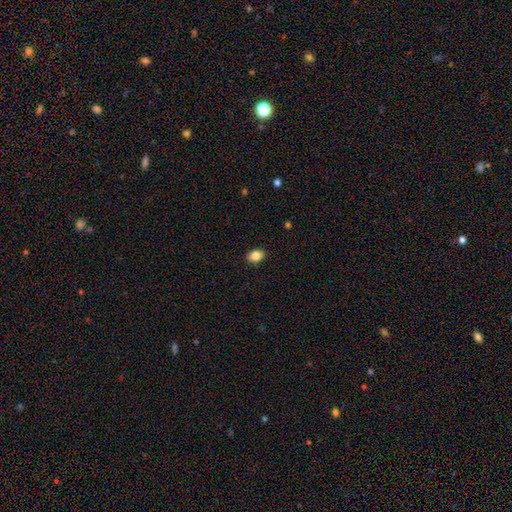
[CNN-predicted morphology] A smooth galaxy with no disk features (85%) that is in between round and cigar-shaped (73%). Merging: none (89%).